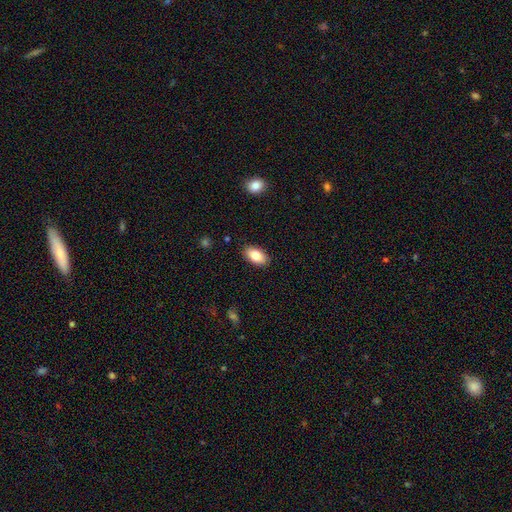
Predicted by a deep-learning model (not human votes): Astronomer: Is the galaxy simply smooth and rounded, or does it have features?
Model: smooth — 84%.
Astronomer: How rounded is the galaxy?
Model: in between — 94%.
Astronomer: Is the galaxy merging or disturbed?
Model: none — 88%.